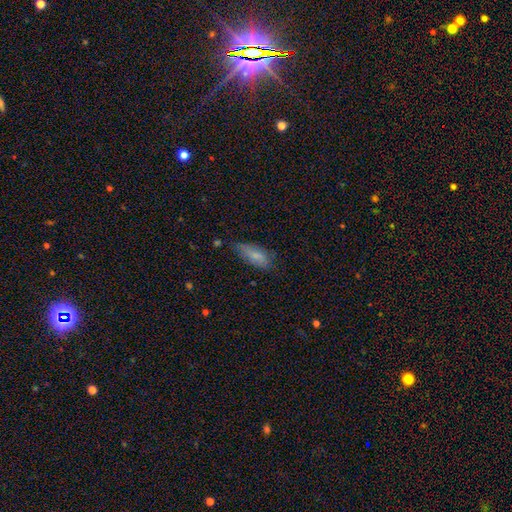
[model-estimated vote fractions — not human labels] Q: Smooth or featured?
A: smooth (75%); runner-up: featured or disk (17%)
Q: How rounded?
A: in between (74%); runner-up: cigar-shaped (24%)
Q: Merging?
A: none (61%); runner-up: minor disturbance (29%)